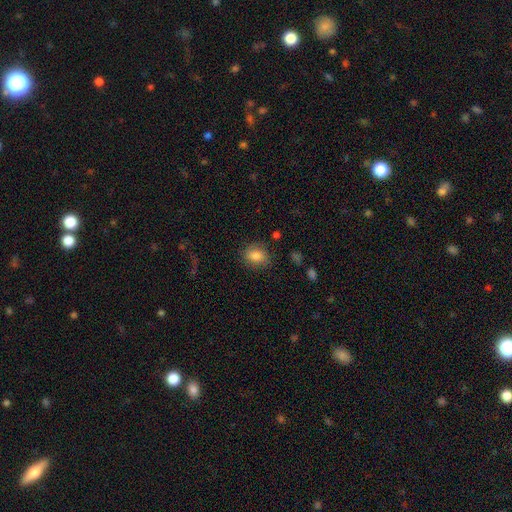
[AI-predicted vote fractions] This appears to be a smooth galaxy with no disk features (84%) that is round (51%). Merging: none (81%).